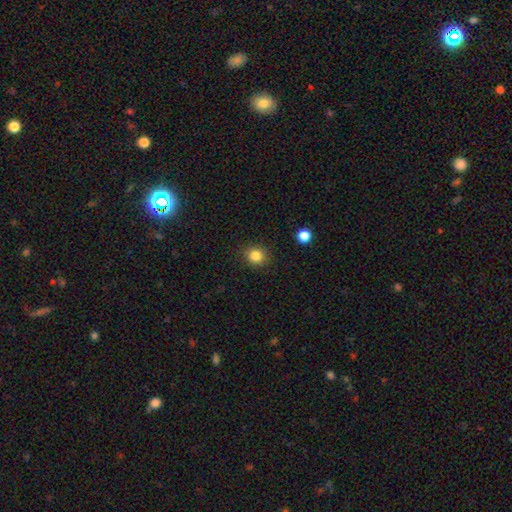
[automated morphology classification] smooth-or-featured: smooth: 84% | star or artifact: 11% | featured or disk: 5%
  how-rounded: round: 85% | in between: 14% | cigar-shaped: 1%
  merging: none: 90% | minor disturbance: 7% | major disturbance: 2% | merger: 1%